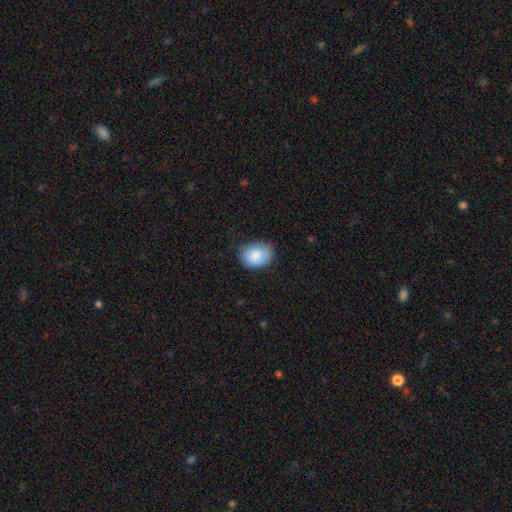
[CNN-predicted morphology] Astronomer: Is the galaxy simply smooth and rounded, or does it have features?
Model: smooth — 80%.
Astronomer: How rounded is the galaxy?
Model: in between — 63%.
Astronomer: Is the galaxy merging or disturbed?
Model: none — 67%.